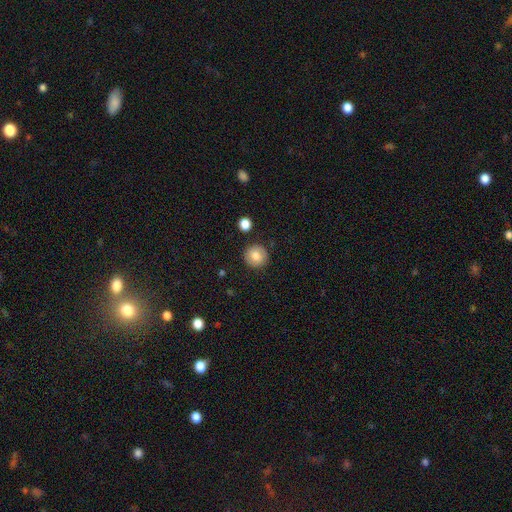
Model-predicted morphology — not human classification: Smooth or featured? Predicted: smooth (p=0.78). How rounded? Predicted: round (p=0.93). Merging? Predicted: none (p=0.88).